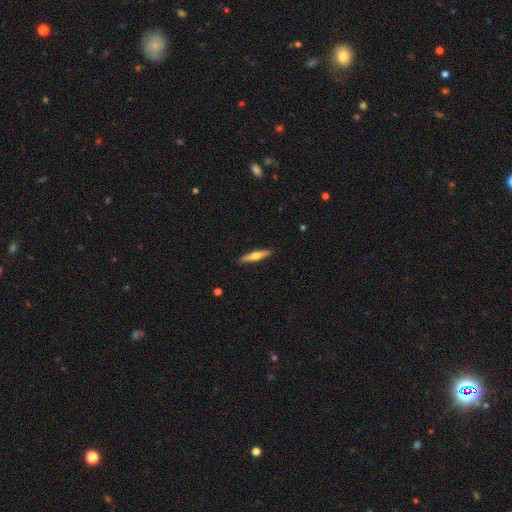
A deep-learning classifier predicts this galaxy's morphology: Overall: featured or disk (50%; smooth 45%). Merging: none (90%).